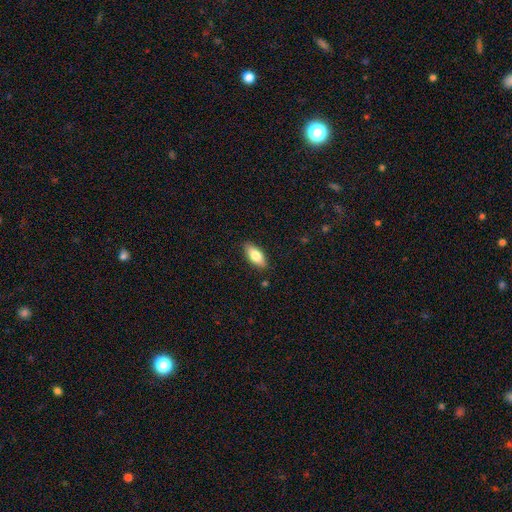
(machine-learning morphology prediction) Overall: smooth (77%). How rounded: in between (81%). Merging: none (88%).